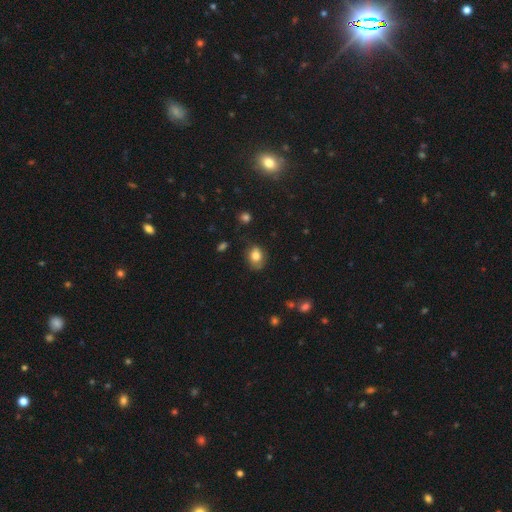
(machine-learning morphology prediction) This is likely a smooth galaxy (79%). How rounded: possibly in between (56%). Merging: likely none (65%).